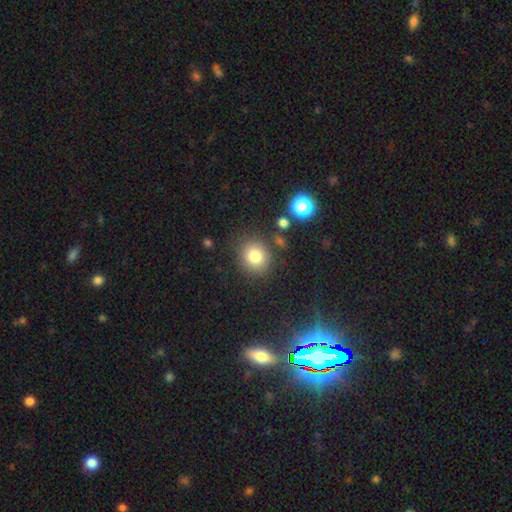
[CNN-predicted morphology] Overall: smooth (76%). How rounded: round (84%). Merging: none (86%).